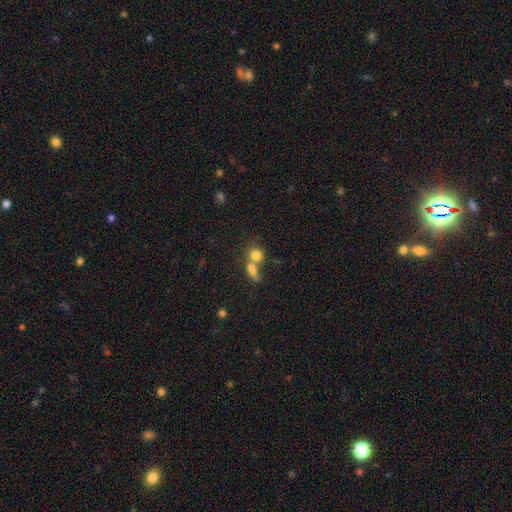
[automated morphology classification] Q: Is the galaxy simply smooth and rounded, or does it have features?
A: smooth — 77%.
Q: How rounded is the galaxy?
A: round — 75%.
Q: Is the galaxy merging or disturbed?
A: merger — 52%.